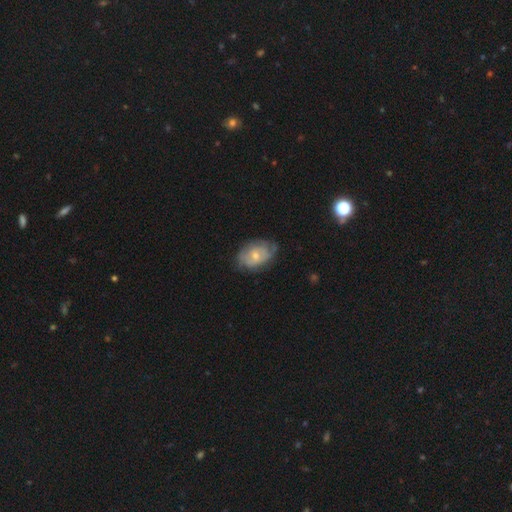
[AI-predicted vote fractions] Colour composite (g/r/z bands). It shows a featured or disk galaxy (53%) with no bar (74%), spiral arms (62%) and a small central bulge (49%). Merging: none (59%).